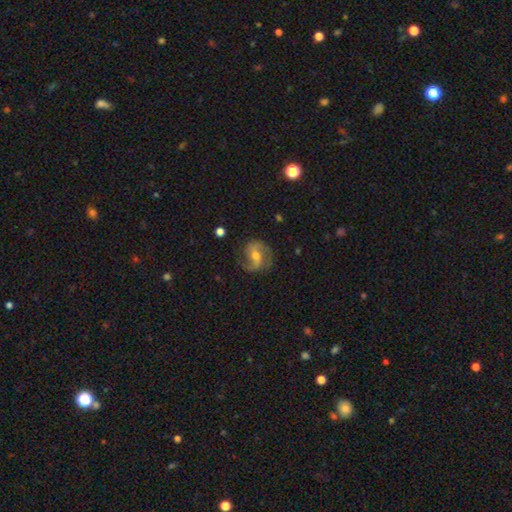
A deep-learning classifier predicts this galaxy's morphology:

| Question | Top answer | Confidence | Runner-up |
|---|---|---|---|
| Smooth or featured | featured or disk | 80% | smooth (13%) |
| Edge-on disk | no | 97% | yes (3%) |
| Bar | weak | 44% | no (38%) |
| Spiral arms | yes | 95% | no (5%) |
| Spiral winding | medium | 49% | loose (33%) |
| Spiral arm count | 2 | 87% | can't tell (5%) |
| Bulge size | moderate | 61% | small (34%) |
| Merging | none | 77% | minor disturbance (15%) |